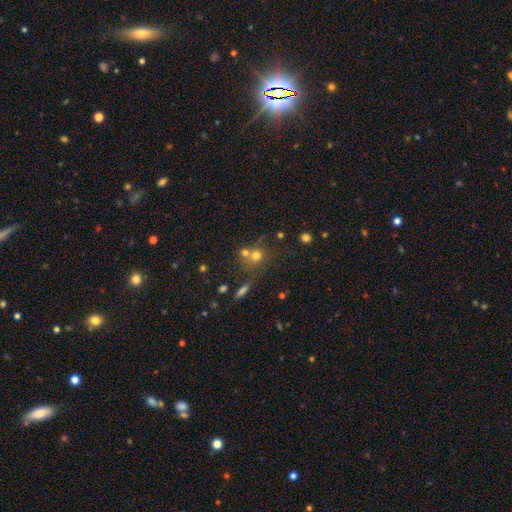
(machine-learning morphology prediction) Smooth or featured?
  - smooth: 67% *
  - star or artifact: 18%
  - featured or disk: 15%
How rounded?
  - round: 83% *
  - in between: 15%
  - cigar-shaped: 2%
Merging?
  - none: 48% *
  - merger: 38%
  - minor disturbance: 9%
  - major disturbance: 5%